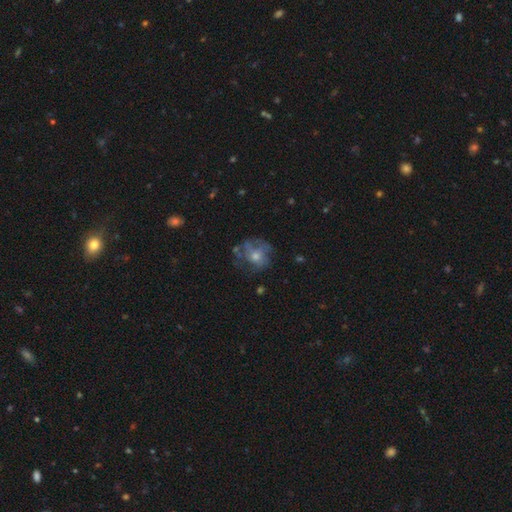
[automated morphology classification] featured or disk 49%, smooth 37%, star or artifact 14%. Down the decision tree: merging — none (55%).